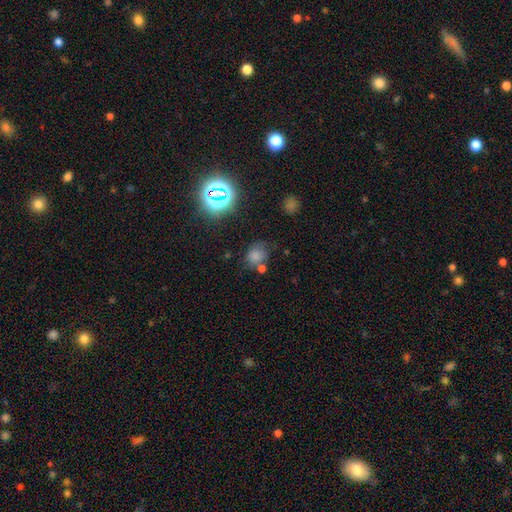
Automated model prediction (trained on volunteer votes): A smooth galaxy with no disk features (67%) that is round (62%).

Vote fractions:
- Smooth or featured? smooth: 67% / star or artifact: 23% / featured or disk: 10%
- How rounded? round: 62% / in between: 37% / cigar-shaped: 1%
- Merging? none: 56% / minor disturbance: 22% / merger: 14% / major disturbance: 9%